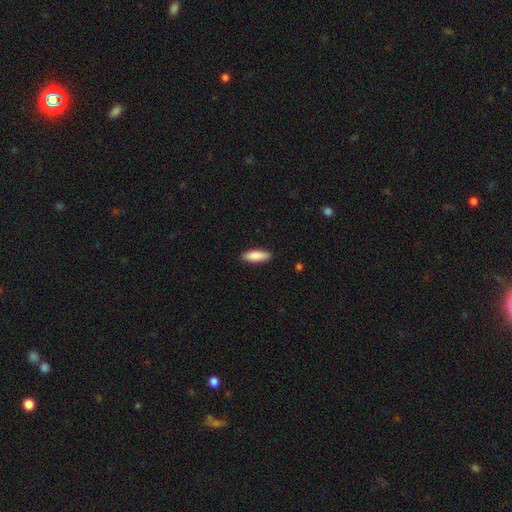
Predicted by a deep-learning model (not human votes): A smooth galaxy with no disk features (88%) that is in between round and cigar-shaped (63%). Merging: none (88%).